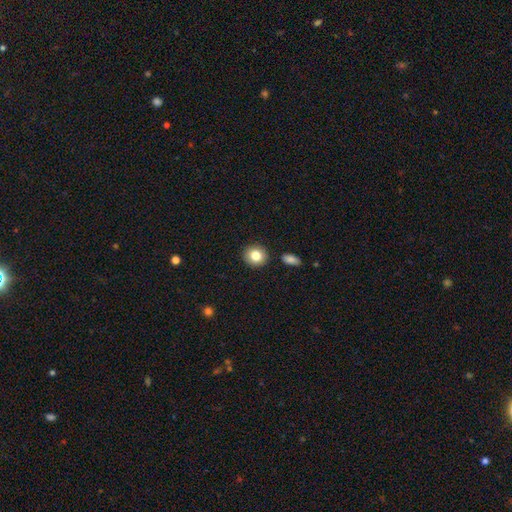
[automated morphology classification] smooth-or-featured: smooth: 83% | star or artifact: 9% | featured or disk: 8%
  how-rounded: round: 82% | in between: 17% | cigar-shaped: 1%
  merging: none: 89% | minor disturbance: 7% | merger: 3% | major disturbance: 2%